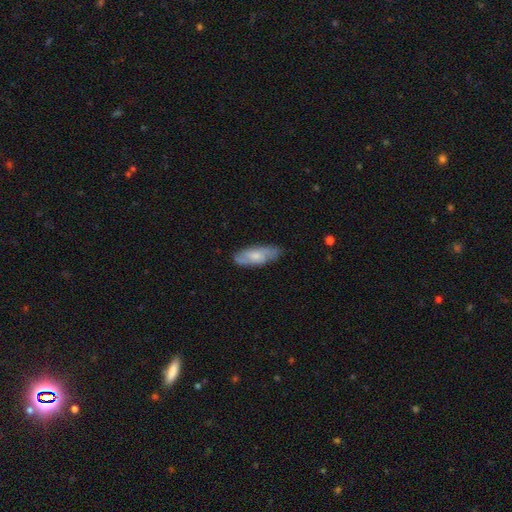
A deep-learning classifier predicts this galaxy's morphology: type=smooth (55%); roundness=in between (64%); merging=none (76%).